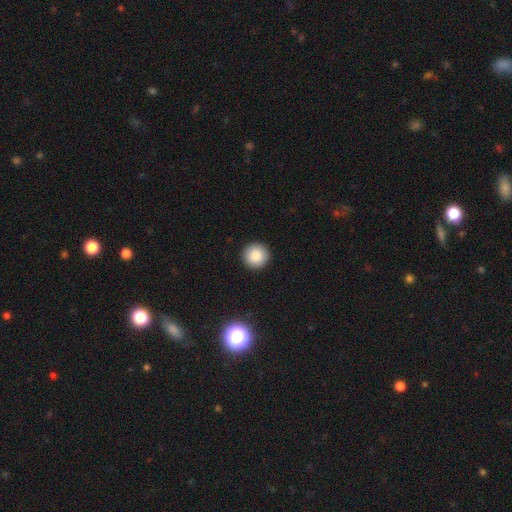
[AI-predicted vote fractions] A smooth galaxy with no disk features (86%) that is round (96%).

Vote fractions:
- Smooth or featured? smooth: 86% / star or artifact: 9% / featured or disk: 5%
- How rounded? round: 96% / in between: 3% / cigar-shaped: 1%
- Merging? none: 93% / minor disturbance: 5% / major disturbance: 2% / merger: 1%